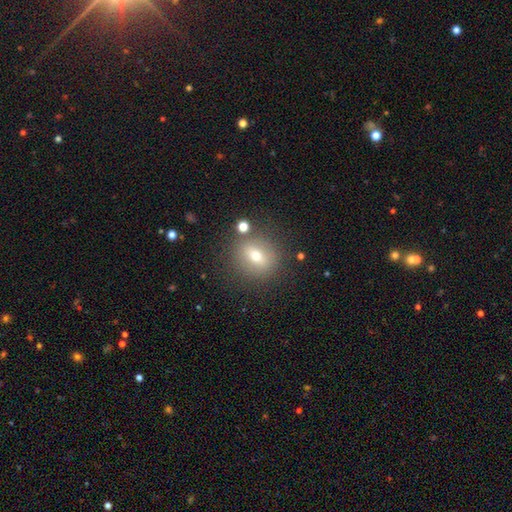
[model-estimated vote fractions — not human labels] Morphology: type=smooth (56%); roundness=round (71%); merging=none (83%).